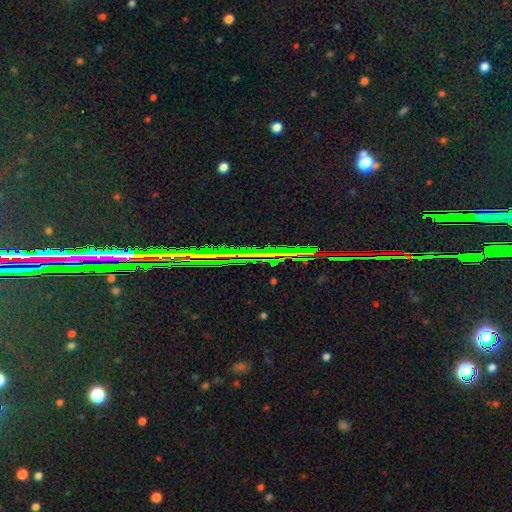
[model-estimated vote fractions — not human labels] This is clearly a star or artifact rather than a galaxy (83%).